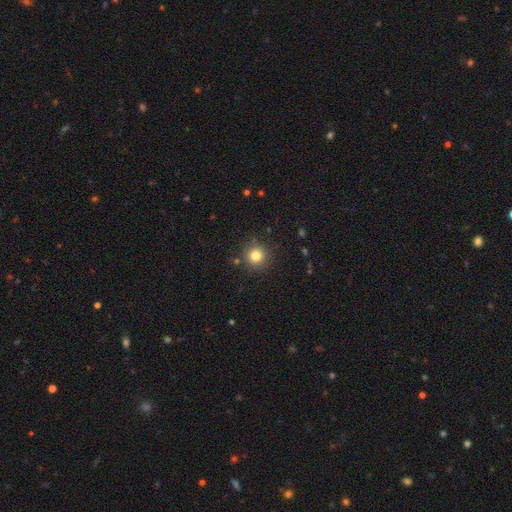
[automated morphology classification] This is clearly a smooth galaxy (81%). How rounded: clearly round (94%). Merging: clearly none (88%).